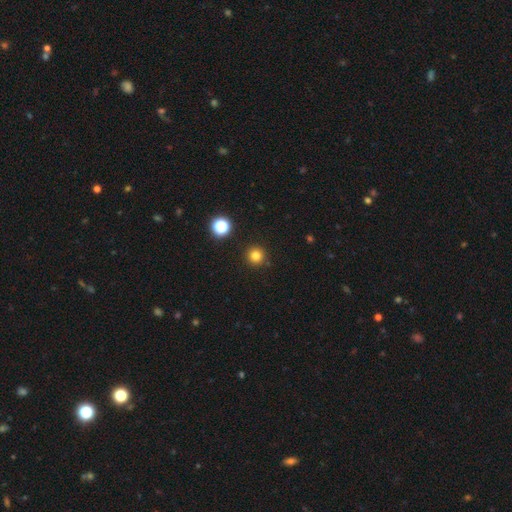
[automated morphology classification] Smooth or featured? Predicted: smooth (p=0.80). How rounded? Predicted: round (p=0.95). Merging? Predicted: none (p=0.91).